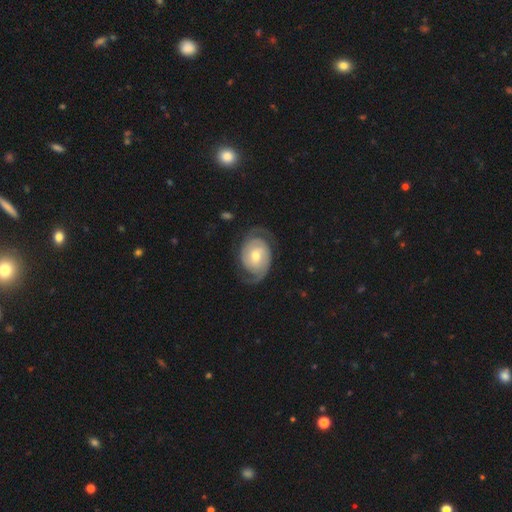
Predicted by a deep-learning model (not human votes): Smooth or featured? featured or disk (84%)
Edge-on disk? no (97%)
Bar? no (56%)
Spiral arms? yes (95%)
Spiral winding? tight (46%)
Spiral arm count? 2 (86%)
Bulge size? moderate (67%)
Merging? none (72%)